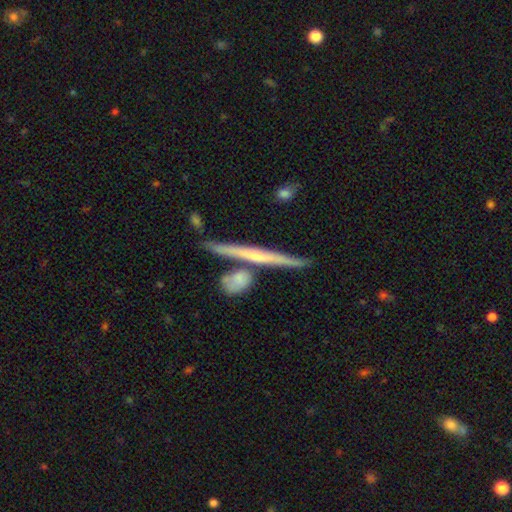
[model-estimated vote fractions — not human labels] A featured or disk galaxy (64%) viewed edge-on (95%) with no central bulge (54%).

Vote fractions:
- Smooth or featured? featured or disk: 64% / smooth: 30% / star or artifact: 6%
- Edge-on disk? yes: 95% / no: 5%
- Edge-on bulge? none: 54% / rounded: 37% / boxy: 9%
- Merging? none: 75% / merger: 12% / minor disturbance: 10% / major disturbance: 3%